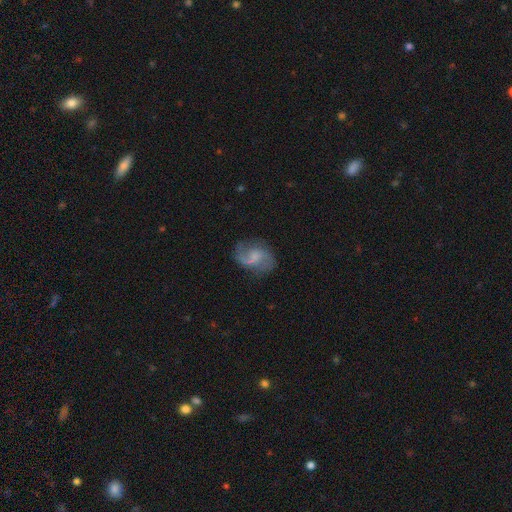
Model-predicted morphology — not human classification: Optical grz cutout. It shows a featured or disk galaxy (78%) with a weak bar (50%), 2 (86%) loose (45%) spiral arms (95%) and no central bulge (34%). Merging: none (74%).